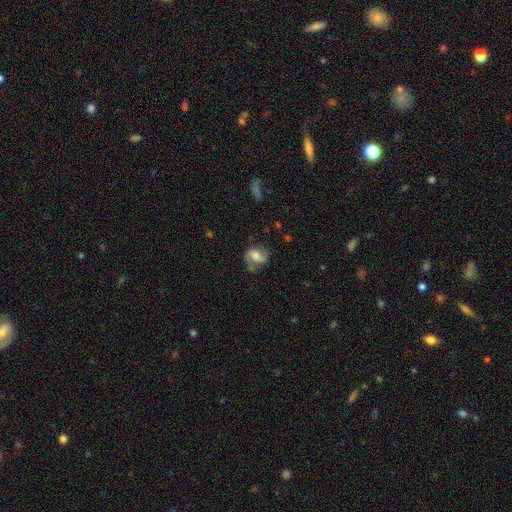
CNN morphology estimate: Smooth or featured?
  - featured or disk: 68% *
  - smooth: 24%
  - star or artifact: 8%
Edge-on disk?
  - no: 97% *
  - yes: 3%
Bar?
  - no: 47% *
  - weak: 40%
  - strong: 12%
Spiral arms?
  - yes: 93% *
  - no: 7%
Spiral winding?
  - medium: 47% *
  - loose: 34%
  - tight: 19%
Spiral arm count?
  - 2: 85% *
  - 1: 6%
  - can't tell: 5%
  - 3: 1%
  - 4: 1%
  - more than 4: 1%
Bulge size?
  - moderate: 45% *
  - large: 23%
  - small: 20%
  - none: 10%
  - dominant: 3%
Merging?
  - none: 66% *
  - minor disturbance: 21%
  - major disturbance: 10%
  - merger: 3%